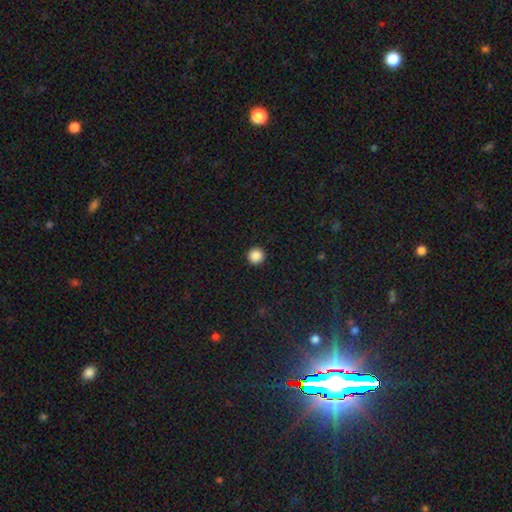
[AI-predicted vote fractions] Q: Smooth or featured?
A: smooth (87%); runner-up: star or artifact (10%)
Q: How rounded?
A: round (96%); runner-up: in between (3%)
Q: Merging?
A: none (94%); runner-up: minor disturbance (4%)